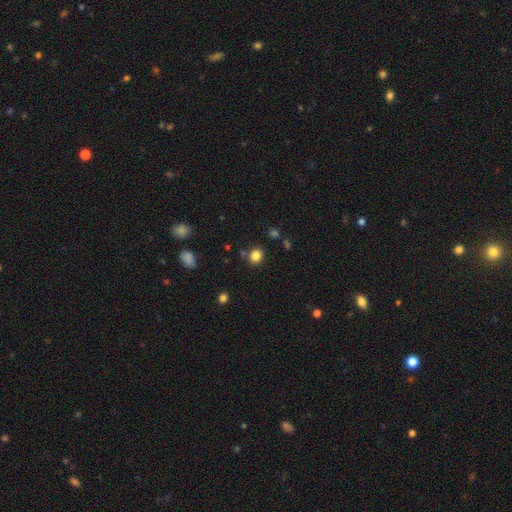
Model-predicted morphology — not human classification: smooth-or-featured: smooth: 83% | star or artifact: 12% | featured or disk: 4%
  how-rounded: round: 70% | in between: 29% | cigar-shaped: 1%
  merging: none: 83% | minor disturbance: 9% | merger: 5% | major disturbance: 3%